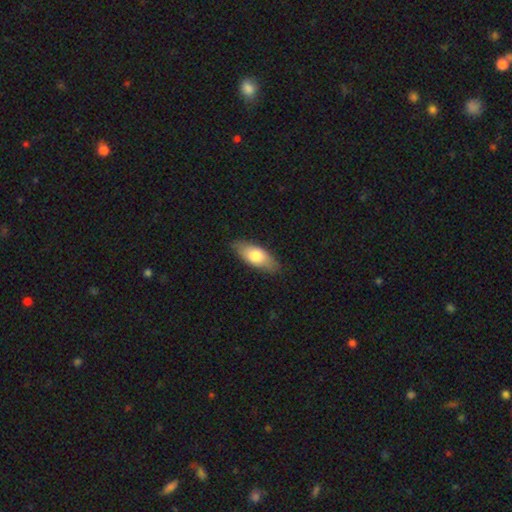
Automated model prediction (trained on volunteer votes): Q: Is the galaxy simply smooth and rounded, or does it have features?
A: smooth — 73%.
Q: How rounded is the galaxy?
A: in between — 78%.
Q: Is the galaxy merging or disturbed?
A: none — 85%.